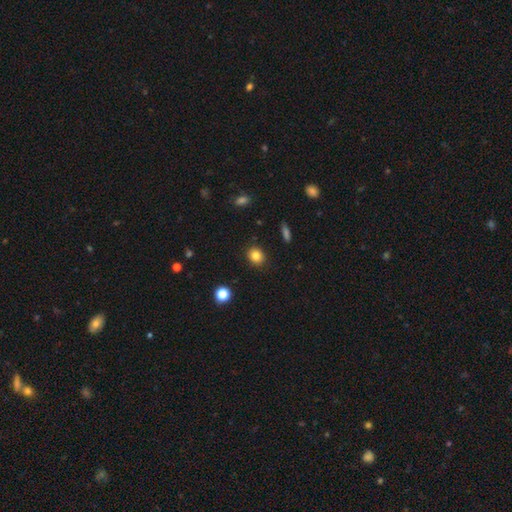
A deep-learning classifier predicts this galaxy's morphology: The model was most divided on "how rounded": round: 71%, in between: 28%, cigar-shaped: 1%. More confident: merging — none (89%); smooth or featured — smooth (84%).